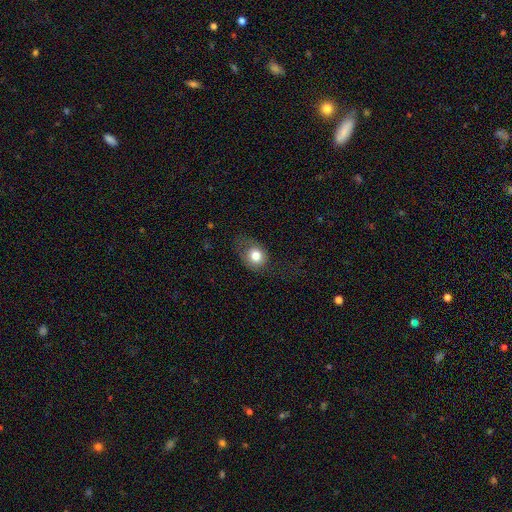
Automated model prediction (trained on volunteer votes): This appears to be a smooth galaxy with no disk features (77%) that is round (56%). Merging: none (54%).